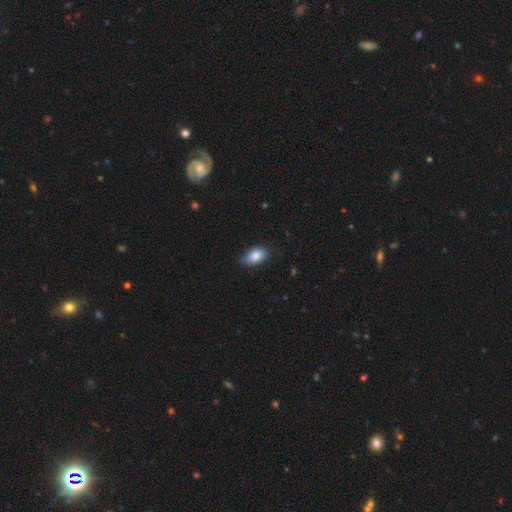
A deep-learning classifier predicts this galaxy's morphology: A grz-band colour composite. It shows a smooth galaxy with no disk features (84%) that is in between round and cigar-shaped (90%). Merging: none (75%).